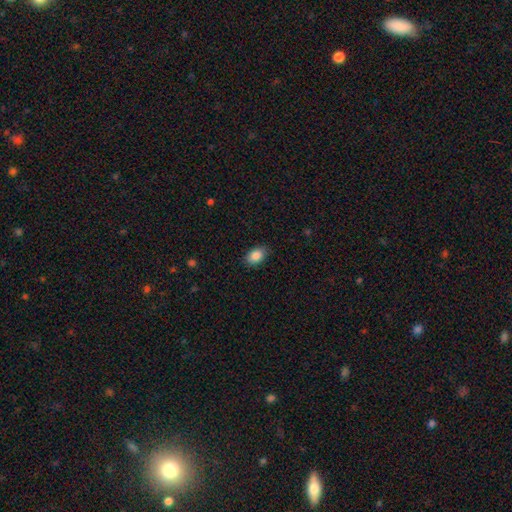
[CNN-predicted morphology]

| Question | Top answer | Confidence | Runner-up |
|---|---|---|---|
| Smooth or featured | smooth | 88% | star or artifact (8%) |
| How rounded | in between | 87% | round (11%) |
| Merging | none | 85% | minor disturbance (11%) |